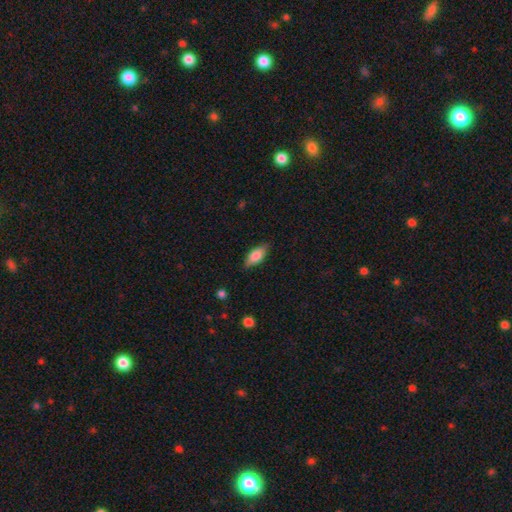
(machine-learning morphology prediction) A smooth galaxy with no disk features (72%) that is in between round and cigar-shaped (77%). Merging: none (84%).